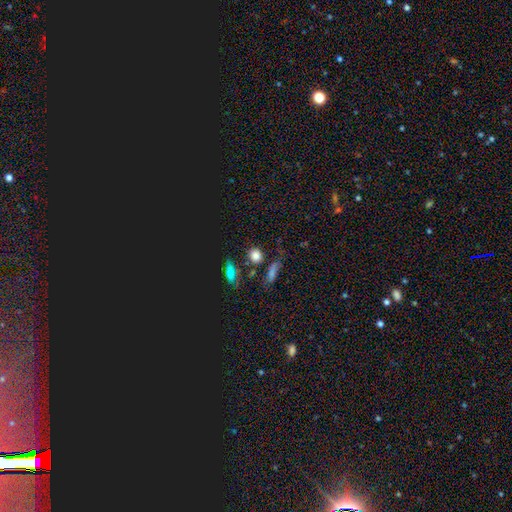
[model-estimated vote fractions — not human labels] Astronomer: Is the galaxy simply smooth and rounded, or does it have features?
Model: smooth — 72%.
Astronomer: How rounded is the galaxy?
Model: round — 72%.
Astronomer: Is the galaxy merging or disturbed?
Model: none — 74%.